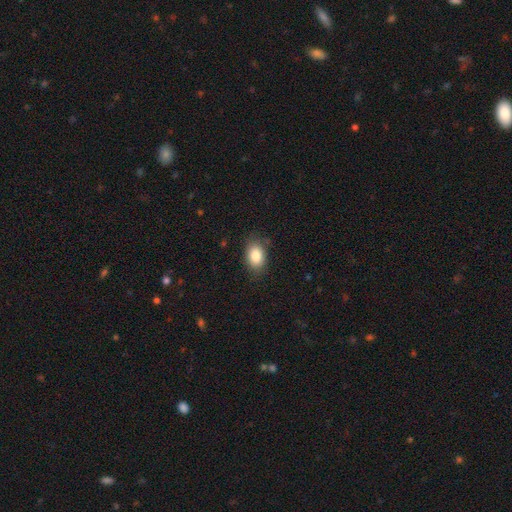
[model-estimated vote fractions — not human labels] Overall: smooth (85%). How rounded: in between (84%). Merging: none (81%).